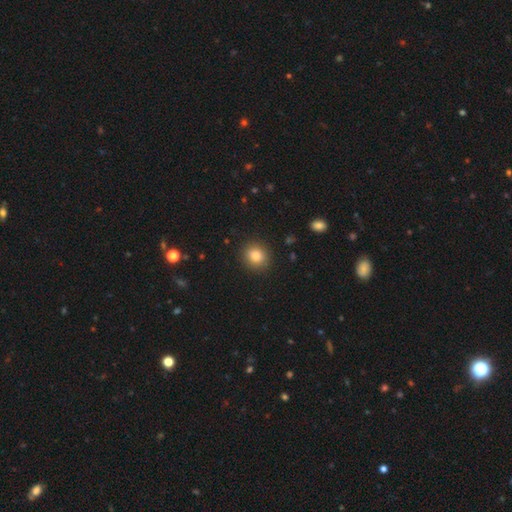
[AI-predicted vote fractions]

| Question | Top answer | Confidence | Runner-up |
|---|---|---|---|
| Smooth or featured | smooth | 83% | star or artifact (10%) |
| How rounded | round | 81% | in between (19%) |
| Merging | none | 90% | minor disturbance (7%) |